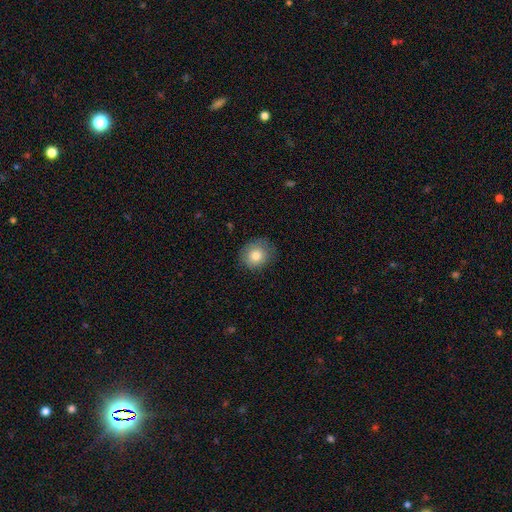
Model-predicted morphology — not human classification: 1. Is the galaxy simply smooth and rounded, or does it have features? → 81% smooth, 10% featured or disk, 9% star or artifact.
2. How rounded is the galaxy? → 79% round, 20% in between, 1% cigar-shaped.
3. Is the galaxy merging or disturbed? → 80% none, 15% minor disturbance, 3% major disturbance, 1% merger.